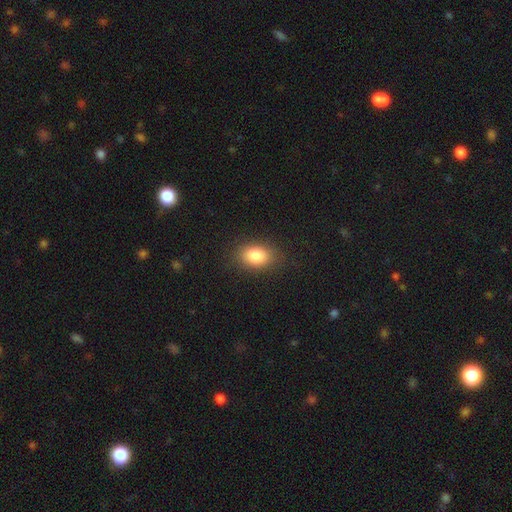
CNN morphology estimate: type=smooth (85%); roundness=in between (83%); merging=none (85%).